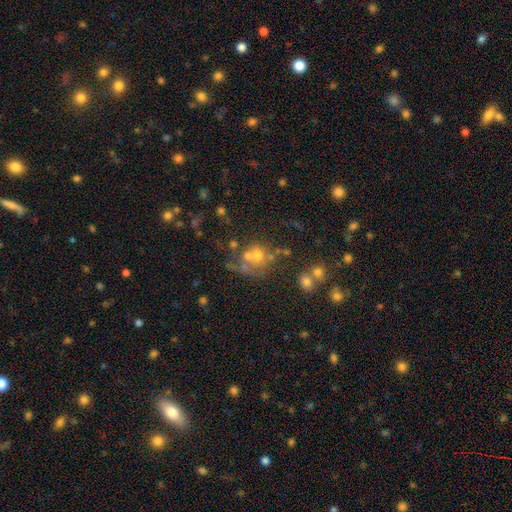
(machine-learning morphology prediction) Smooth or featured: smooth — 47% (star or artifact — 28%)
Merging: none — 42% (merger — 29%)